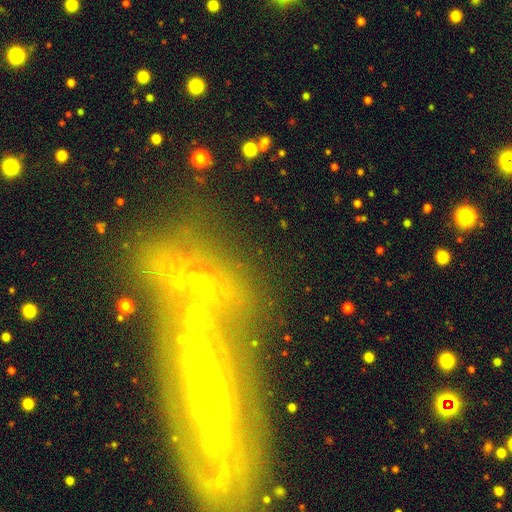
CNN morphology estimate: This is possibly a featured or disk galaxy (51%). It is likely not viewed edge-on (61%). Merging: marginally none (41%).